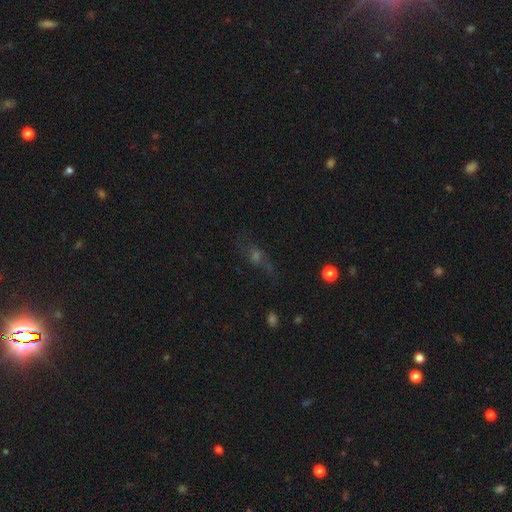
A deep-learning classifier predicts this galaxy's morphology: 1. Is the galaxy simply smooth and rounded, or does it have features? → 34% featured or disk, 33% smooth, 33% star or artifact.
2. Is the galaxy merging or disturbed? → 57% none, 20% major disturbance, 19% minor disturbance, 5% merger.